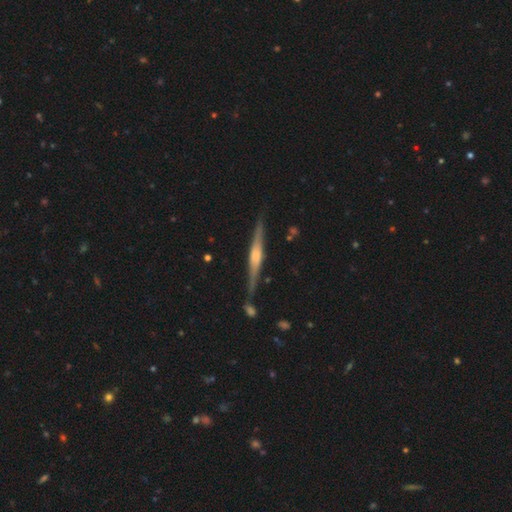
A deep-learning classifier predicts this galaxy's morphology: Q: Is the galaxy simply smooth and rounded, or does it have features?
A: featured or disk — 75%.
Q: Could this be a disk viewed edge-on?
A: yes — 97%.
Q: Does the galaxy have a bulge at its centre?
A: rounded — 54%.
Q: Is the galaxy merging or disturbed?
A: none — 83%.